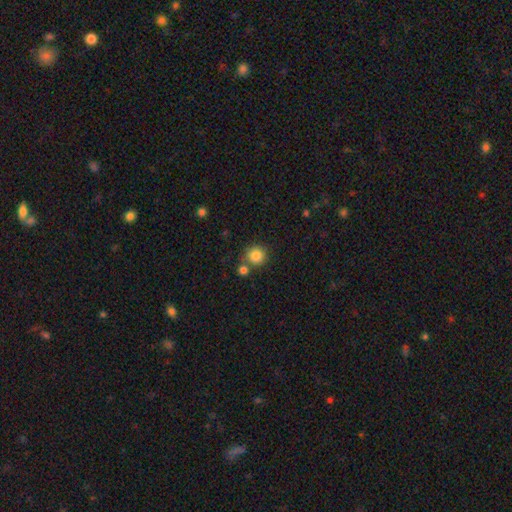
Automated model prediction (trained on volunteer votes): Smooth or featured? smooth (84%)
How rounded? round (92%)
Merging? none (72%)